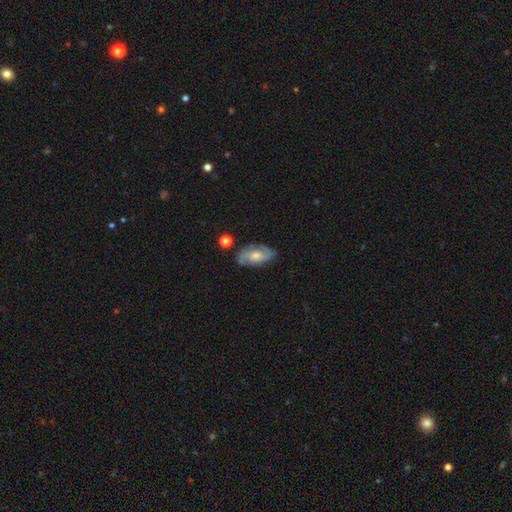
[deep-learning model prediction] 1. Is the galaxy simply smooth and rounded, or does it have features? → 69% featured or disk, 25% smooth, 7% star or artifact.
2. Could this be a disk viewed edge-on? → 93% no, 7% yes.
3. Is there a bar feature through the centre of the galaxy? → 60% no, 34% weak, 7% strong.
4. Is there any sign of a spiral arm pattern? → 91% yes, 9% no.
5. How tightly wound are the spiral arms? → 47% medium, 34% tight, 19% loose.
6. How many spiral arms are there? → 69% 2, 14% can't tell, 10% 3, 3% 1, 2% 4, 2% more than 4.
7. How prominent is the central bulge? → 51% moderate, 30% small, 11% large, 7% none, 2% dominant.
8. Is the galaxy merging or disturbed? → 74% none, 18% minor disturbance, 5% major disturbance, 3% merger.